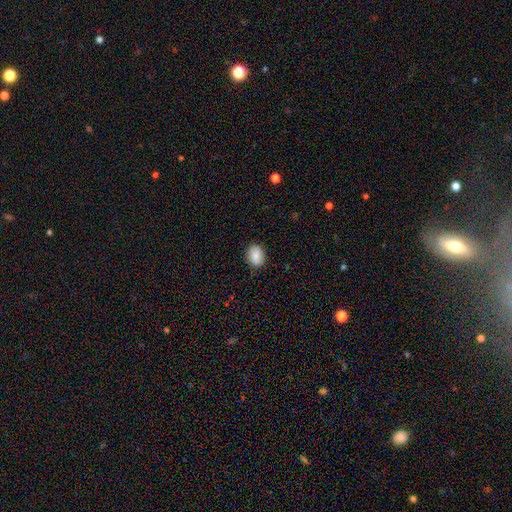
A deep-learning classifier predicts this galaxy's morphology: This appears to be a smooth galaxy with no disk features (87%) that is in between round and cigar-shaped (66%). Merging: none (87%).